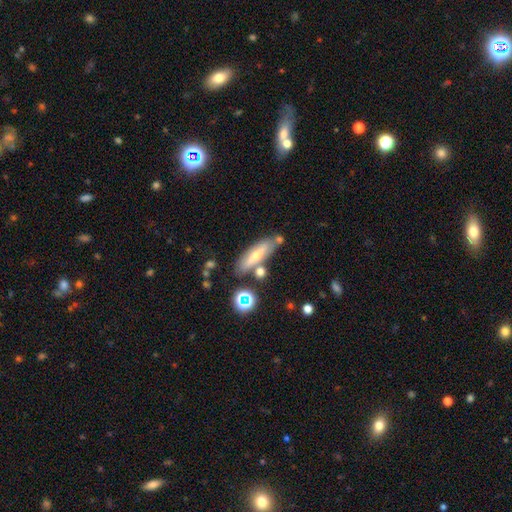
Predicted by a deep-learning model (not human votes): Smooth or featured? Predicted: featured or disk (p=0.49). Merging? Predicted: none (p=0.69).